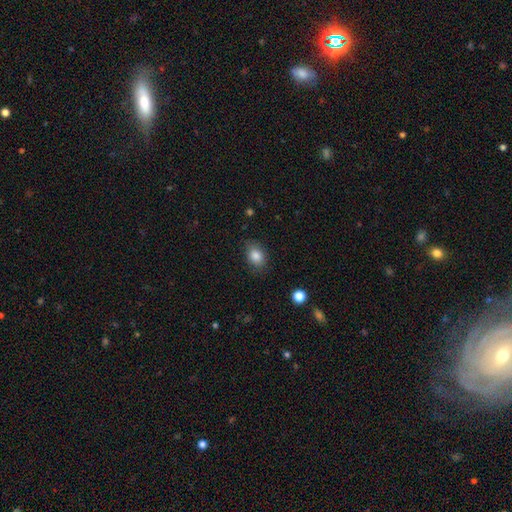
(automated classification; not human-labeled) Q: Smooth or featured?
A: smooth (85%); runner-up: star or artifact (9%)
Q: How rounded?
A: in between (73%); runner-up: round (25%)
Q: Merging?
A: none (81%); runner-up: minor disturbance (14%)